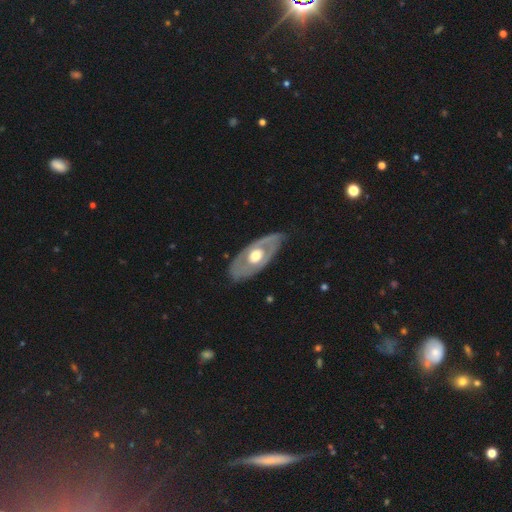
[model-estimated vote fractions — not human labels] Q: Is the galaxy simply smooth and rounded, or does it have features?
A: featured or disk — 65%.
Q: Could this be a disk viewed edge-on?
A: no — 82%.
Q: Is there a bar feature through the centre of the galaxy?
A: no — 88%.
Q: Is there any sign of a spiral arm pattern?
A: no — 78%.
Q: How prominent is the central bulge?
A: moderate — 62%.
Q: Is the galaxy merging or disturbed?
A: none — 74%.